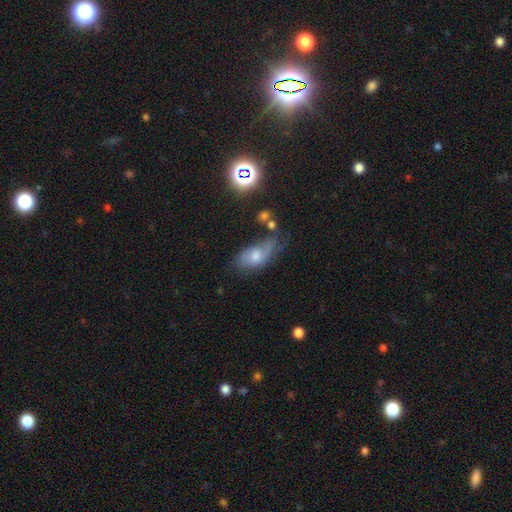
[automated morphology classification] Overall: smooth (54%; featured or disk 33%). How rounded: in between (87%). Merging: none (33%; minor disturbance 32%).